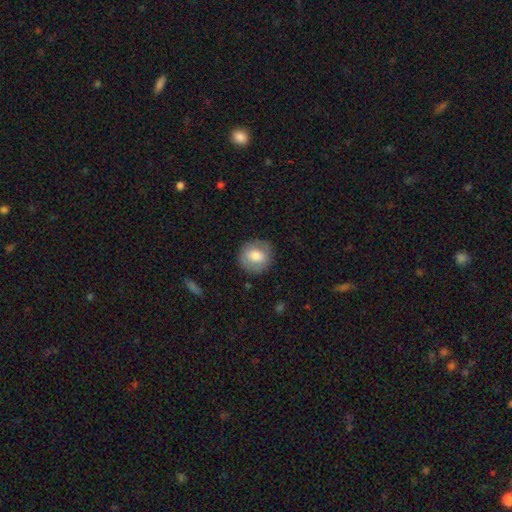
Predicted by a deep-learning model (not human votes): Smooth or featured?
  - smooth: 71% *
  - featured or disk: 22%
  - star or artifact: 7%
How rounded?
  - round: 83% *
  - in between: 16%
  - cigar-shaped: 1%
Merging?
  - none: 83% *
  - minor disturbance: 12%
  - major disturbance: 4%
  - merger: 1%